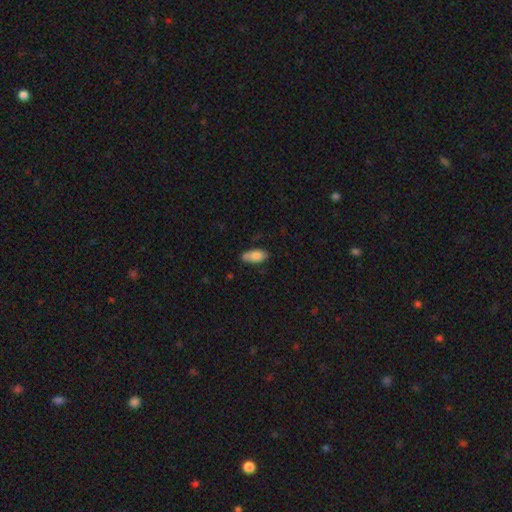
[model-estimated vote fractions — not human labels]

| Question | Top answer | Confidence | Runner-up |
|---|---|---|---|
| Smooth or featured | smooth | 80% | featured or disk (14%) |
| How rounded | in between | 87% | cigar-shaped (11%) |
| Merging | none | 77% | minor disturbance (19%) |